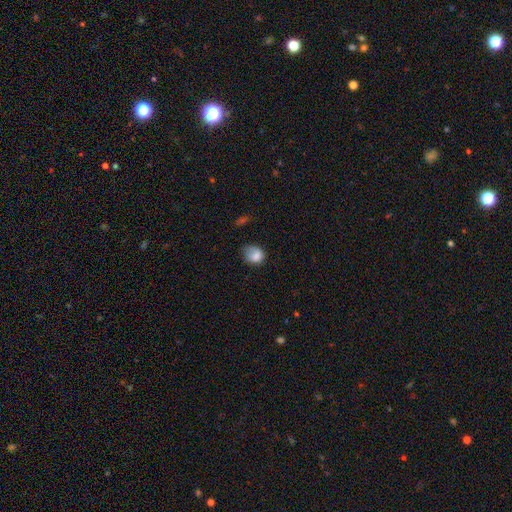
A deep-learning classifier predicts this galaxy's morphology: This appears to be a smooth galaxy with no disk features (80%) that is round (54%). Merging: none (43%).